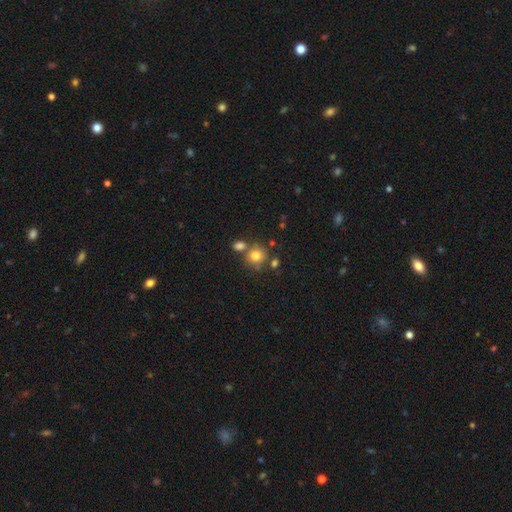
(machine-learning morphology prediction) This is likely a smooth galaxy (79%). How rounded: clearly round (83%). Merging: possibly none (59%).